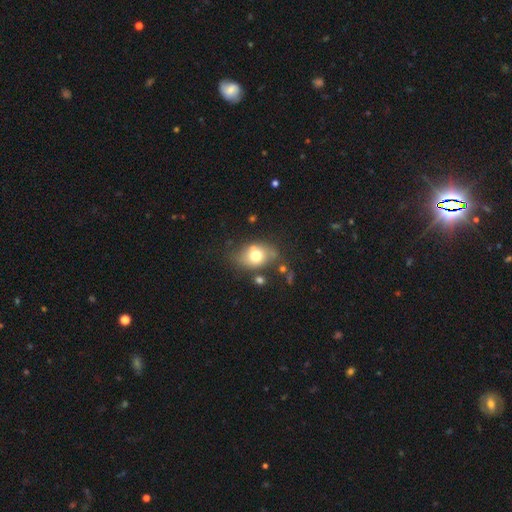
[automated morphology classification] Smooth or featured: smooth — 69% (featured or disk — 22%)
How rounded: in between — 72% (round — 27%)
Merging: none — 64% (minor disturbance — 22%)